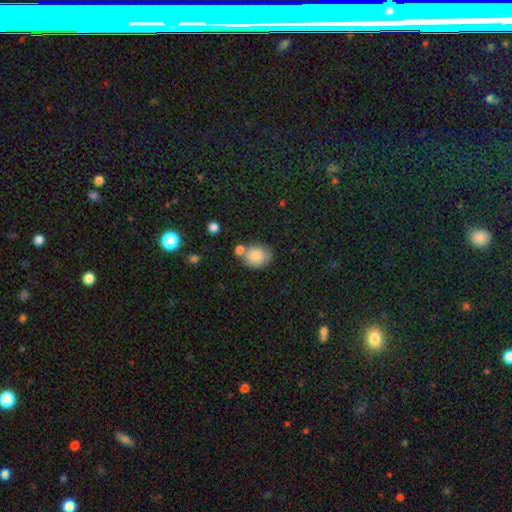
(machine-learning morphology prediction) smooth-or-featured: smooth: 84% | star or artifact: 8% | featured or disk: 8%
  how-rounded: round: 57% | in between: 42% | cigar-shaped: 1%
  merging: none: 61% | merger: 20% | minor disturbance: 15% | major disturbance: 4%